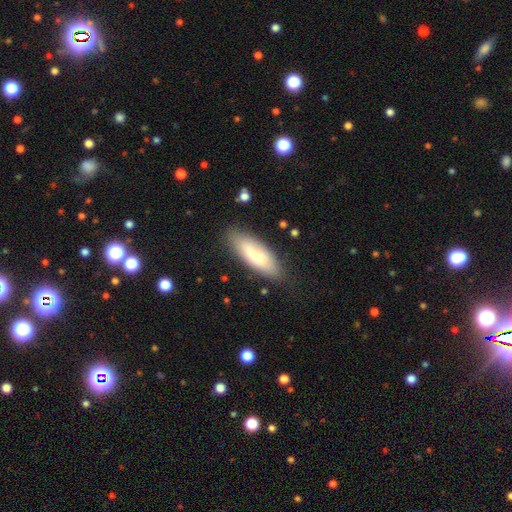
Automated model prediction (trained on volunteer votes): Smooth or featured? Predicted: smooth (p=0.69). How rounded? Predicted: in between (p=0.65). Merging? Predicted: none (p=0.82).